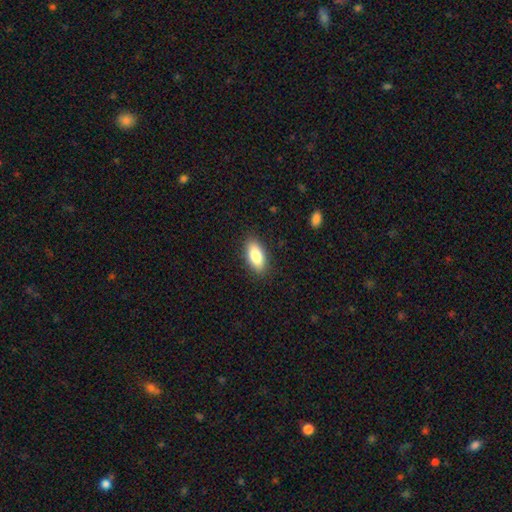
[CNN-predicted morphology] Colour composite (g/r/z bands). It shows a smooth galaxy with no disk features (83%) that is in between round and cigar-shaped (87%). Merging: none (88%).